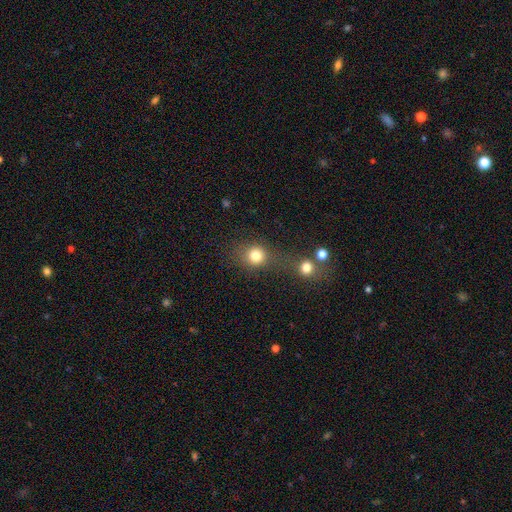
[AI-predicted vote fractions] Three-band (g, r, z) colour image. It shows a smooth galaxy with no disk features (79%) that is round (84%). Merging: none (52%).